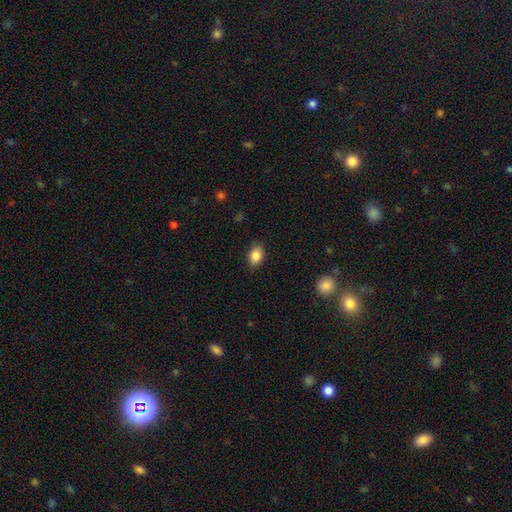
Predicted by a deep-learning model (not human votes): A smooth galaxy with no disk features (86%) that is in between round and cigar-shaped (75%).

Vote fractions:
- Smooth or featured? smooth: 86% / star or artifact: 8% / featured or disk: 5%
- How rounded? in between: 75% / round: 24% / cigar-shaped: 1%
- Merging? none: 85% / minor disturbance: 11% / major disturbance: 3% / merger: 1%